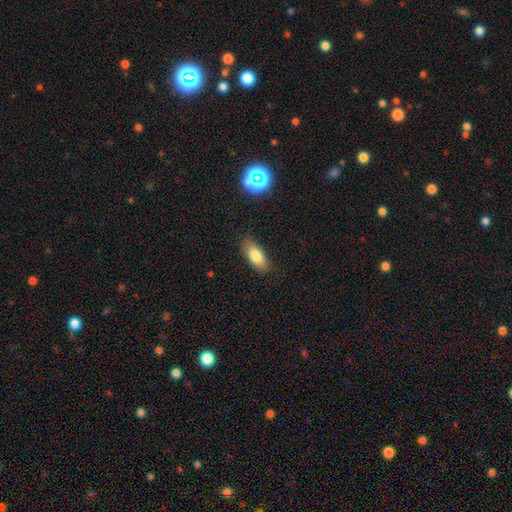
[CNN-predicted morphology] Smooth or featured: smooth — 79% (featured or disk — 12%)
How rounded: in between — 83% (cigar-shaped — 13%)
Merging: none — 85% (minor disturbance — 11%)